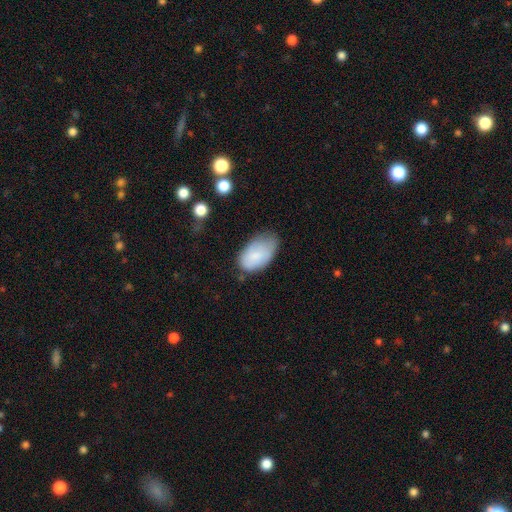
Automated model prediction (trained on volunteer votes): smooth-or-featured: smooth: 80% | featured or disk: 14% | star or artifact: 7%
  how-rounded: in between: 94% | round: 5% | cigar-shaped: 1%
  merging: none: 47% | minor disturbance: 39% | major disturbance: 11% | merger: 3%